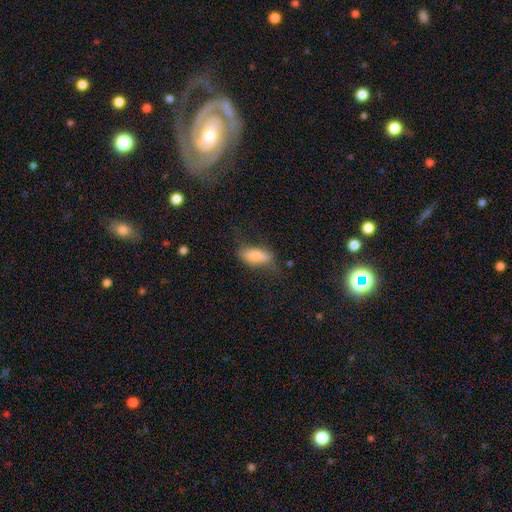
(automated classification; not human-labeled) smooth_or_featured: smooth (p=0.72) [alt: featured or disk p=0.21]
how_rounded: in between (p=0.79) [alt: cigar-shaped p=0.18]
merging: none (p=0.51) [alt: minor disturbance p=0.29]